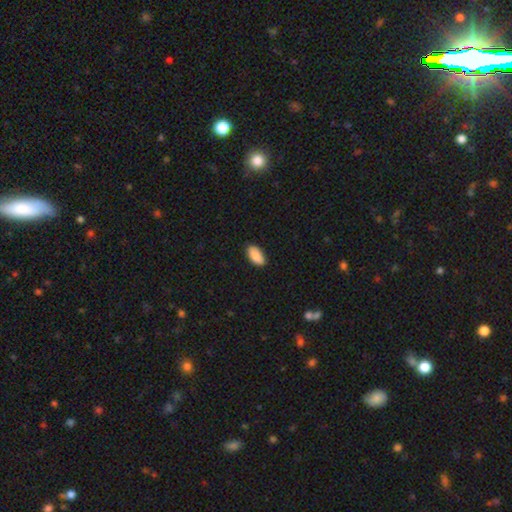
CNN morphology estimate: smooth-or-featured: smooth: 90% | star or artifact: 6% | featured or disk: 4%
  how-rounded: in between: 93% | cigar-shaped: 5% | round: 2%
  merging: none: 88% | minor disturbance: 10% | major disturbance: 2% | merger: 1%